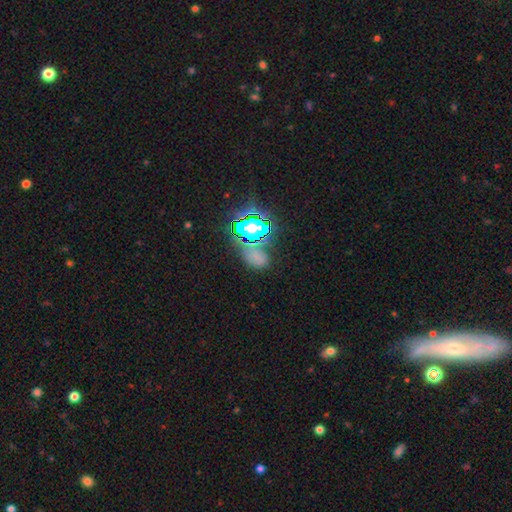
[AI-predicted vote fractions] smooth-or-featured: star or artifact: 48% | smooth: 40% | featured or disk: 12%